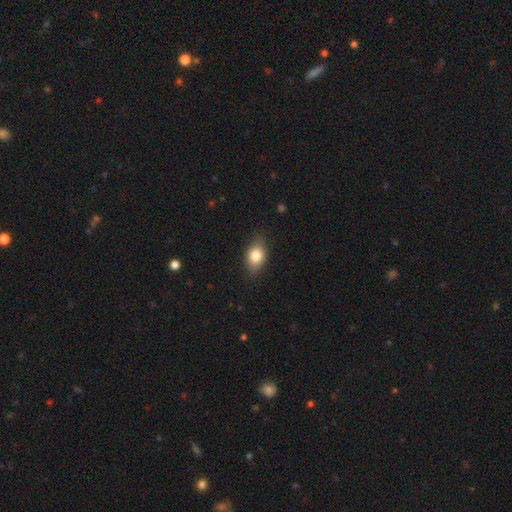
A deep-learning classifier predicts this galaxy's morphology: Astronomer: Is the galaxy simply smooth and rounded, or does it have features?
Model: smooth — 80%.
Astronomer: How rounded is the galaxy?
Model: in between — 78%.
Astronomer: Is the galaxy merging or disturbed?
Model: none — 80%.